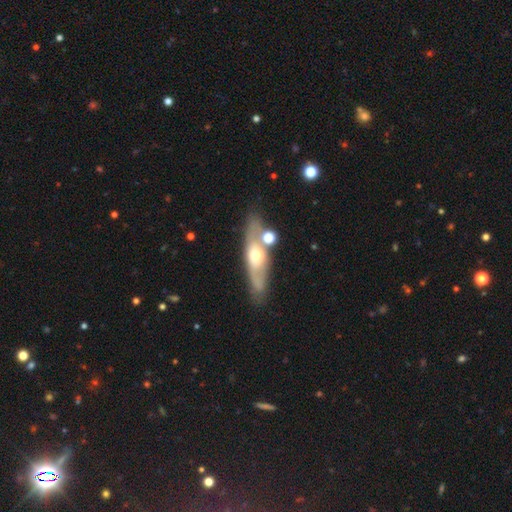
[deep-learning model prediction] featured or disk 55%, smooth 38%, star or artifact 7%. Down the decision tree: edge-on disk — no (51%); merging — none (66%).